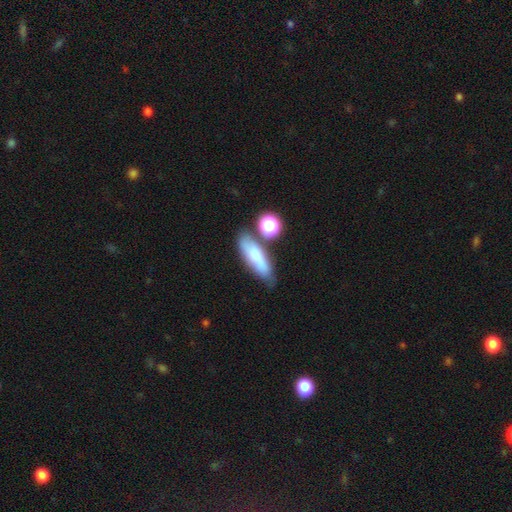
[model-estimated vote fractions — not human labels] Smooth or featured: smooth — 73% (featured or disk — 17%)
How rounded: in between — 55% (cigar-shaped — 40%)
Merging: none — 62% (minor disturbance — 18%)